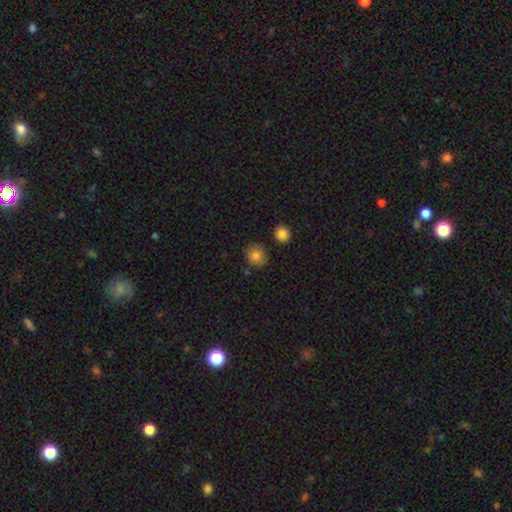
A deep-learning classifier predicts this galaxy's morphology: smooth-or-featured: smooth: 84% | star or artifact: 10% | featured or disk: 6%
  how-rounded: round: 80% | in between: 19% | cigar-shaped: 1%
  merging: none: 82% | minor disturbance: 11% | merger: 5% | major disturbance: 3%